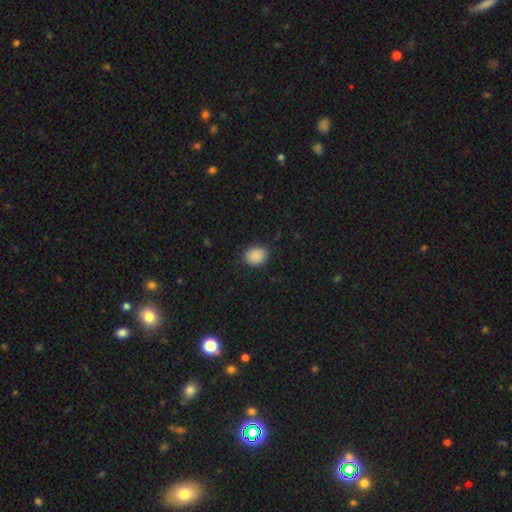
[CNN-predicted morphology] smooth_or_featured: smooth (p=0.88) [alt: star or artifact p=0.08]
how_rounded: in between (p=0.51) [alt: round p=0.48]
merging: none (p=0.84) [alt: minor disturbance p=0.12]